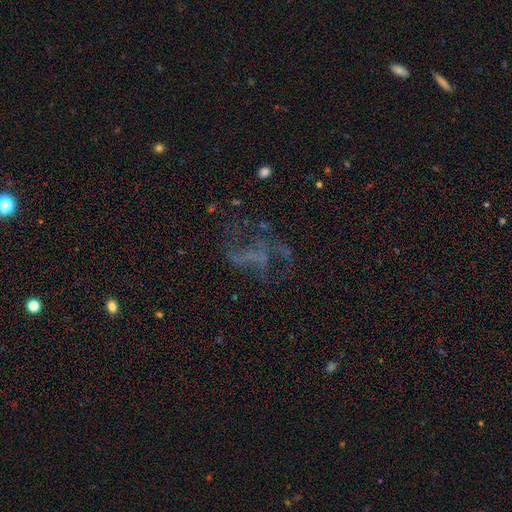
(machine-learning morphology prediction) A featured or disk galaxy (55%) with no bar (72%), no spiral arms (63%) and no central bulge (79%).

Vote fractions:
- Smooth or featured? featured or disk: 55% / star or artifact: 28% / smooth: 17%
- Edge-on disk? no: 97% / yes: 3%
- Bar? no: 72% / weak: 19% / strong: 9%
- Spiral arms? no: 63% / yes: 37%
- Bulge size? none: 79% / small: 12% / moderate: 6% / large: 2% / dominant: 1%
- Merging? none: 42% / major disturbance: 40% / minor disturbance: 14% / merger: 5%